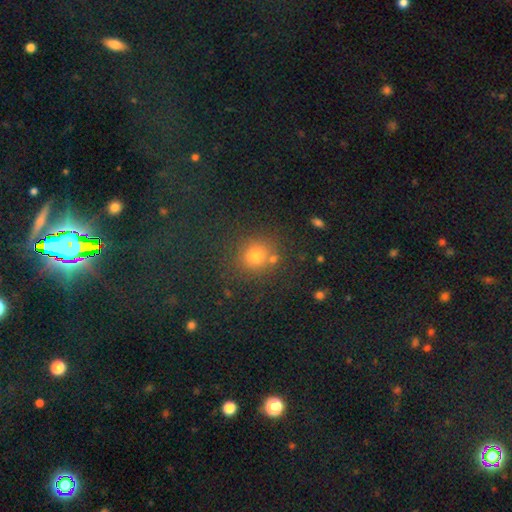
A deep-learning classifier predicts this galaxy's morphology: This is likely a smooth galaxy (72%). How rounded: clearly round (85%). Merging: likely none (76%).